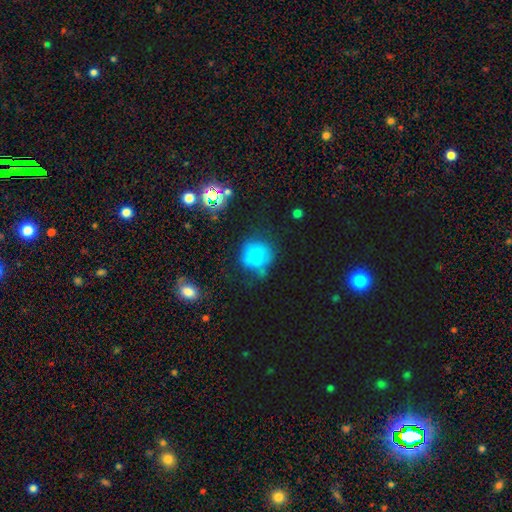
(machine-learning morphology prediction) Smooth or featured? Predicted: smooth (p=0.71). How rounded? Predicted: round (p=0.85). Merging? Predicted: none (p=0.52).